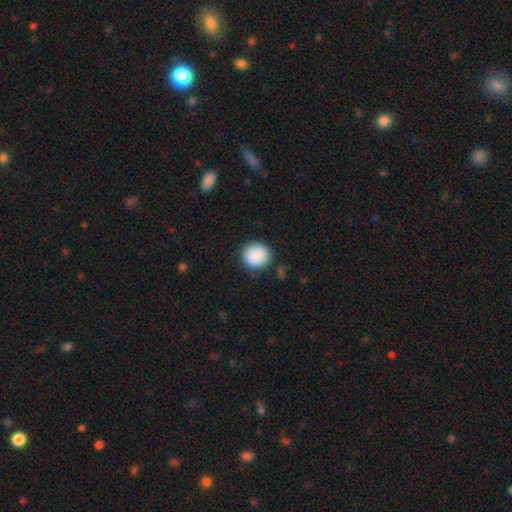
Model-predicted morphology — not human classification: The model was most divided on "merging": none: 88%, minor disturbance: 8%, major disturbance: 3%, merger: 2%. More confident: how rounded — round (91%); smooth or featured — smooth (89%).